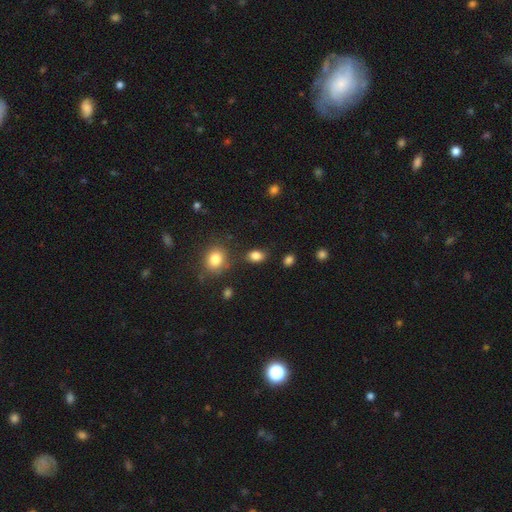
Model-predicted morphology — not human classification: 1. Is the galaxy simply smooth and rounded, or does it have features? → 84% smooth, 11% star or artifact, 5% featured or disk.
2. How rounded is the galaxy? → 74% in between, 24% round, 2% cigar-shaped.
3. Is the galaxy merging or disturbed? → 79% none, 13% minor disturbance, 5% merger, 4% major disturbance.